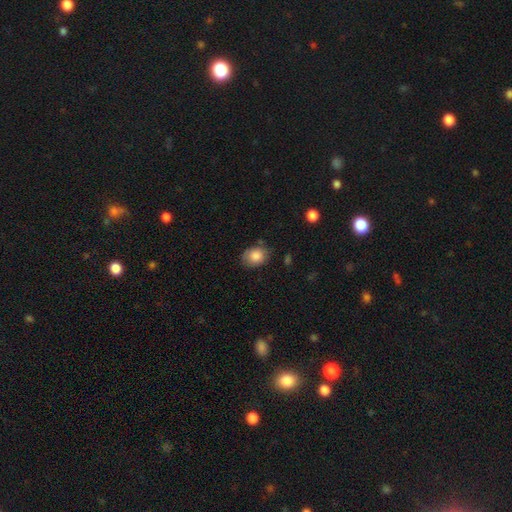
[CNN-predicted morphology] smooth_or_featured: smooth (p=0.85) [alt: star or artifact p=0.08]
how_rounded: in between (p=0.58) [alt: round p=0.41]
merging: none (p=0.74) [alt: minor disturbance p=0.20]